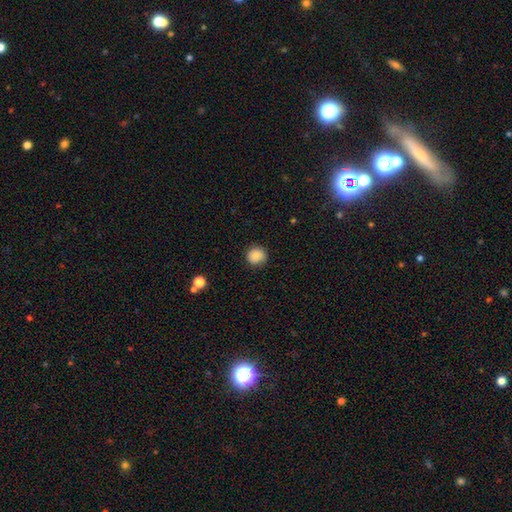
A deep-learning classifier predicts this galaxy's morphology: smooth_or_featured: smooth (p=0.86) [alt: star or artifact p=0.09]
how_rounded: round (p=0.91) [alt: in between p=0.08]
merging: none (p=0.87) [alt: minor disturbance p=0.10]